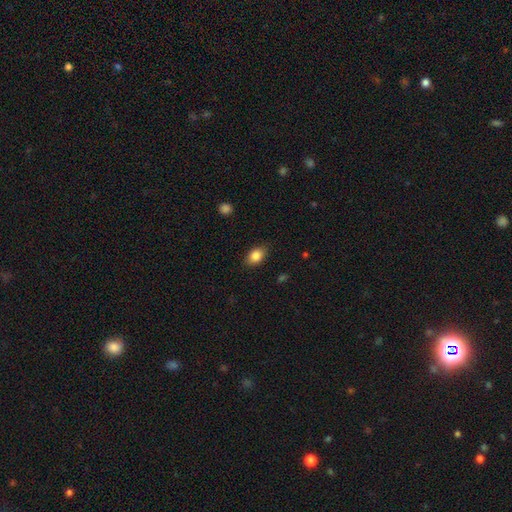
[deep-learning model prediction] Smooth or featured? smooth (85%)
How rounded? in between (81%)
Merging? none (84%)